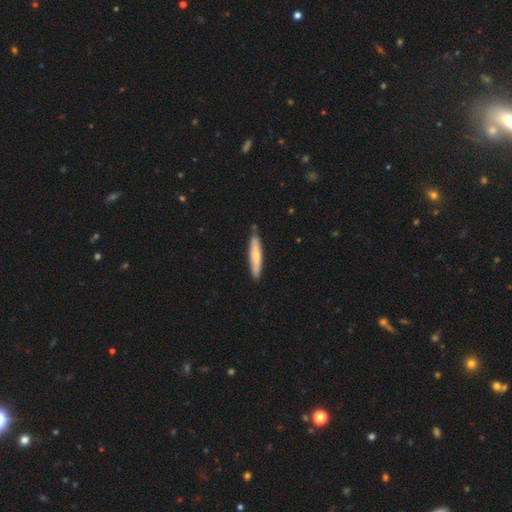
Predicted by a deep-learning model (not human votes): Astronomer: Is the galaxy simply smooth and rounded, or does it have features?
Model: smooth — 65%.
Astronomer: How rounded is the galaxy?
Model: cigar-shaped — 89%.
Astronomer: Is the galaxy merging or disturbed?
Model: none — 82%.